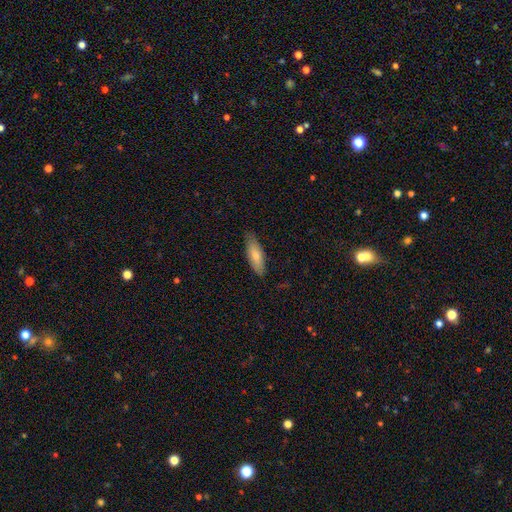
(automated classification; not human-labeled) A smooth galaxy with no disk features (77%) that is in between round and cigar-shaped (63%). Merging: none (77%).